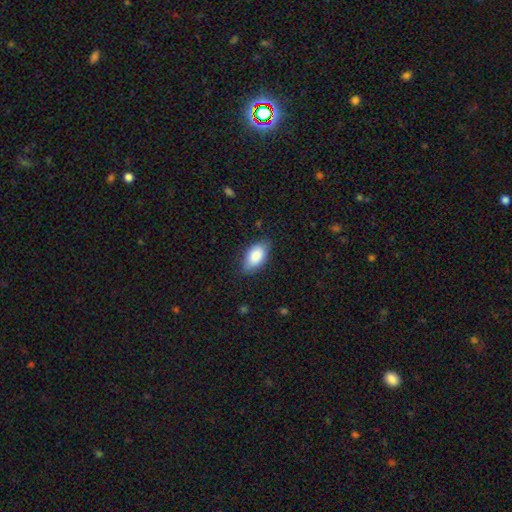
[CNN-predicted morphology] Smooth or featured? Predicted: smooth (p=0.85). How rounded? Predicted: in between (p=0.93). Merging? Predicted: none (p=0.78).